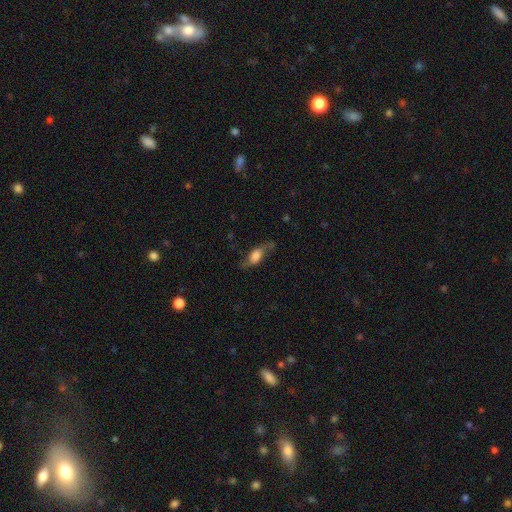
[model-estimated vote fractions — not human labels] Smooth or featured: smooth — 46% (featured or disk — 44%)
Merging: none — 60% (minor disturbance — 23%)